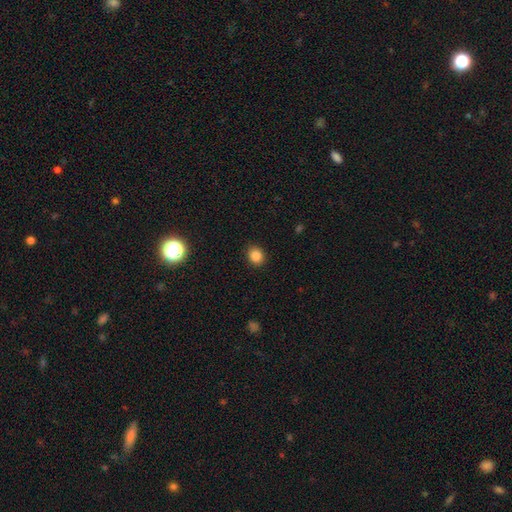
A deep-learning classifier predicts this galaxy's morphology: Overall: smooth (85%). How rounded: round (66%; in between 34%). Merging: none (89%).